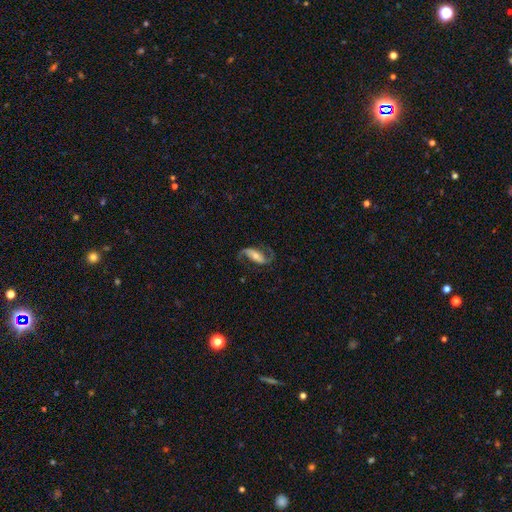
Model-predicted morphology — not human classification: The model was most divided on "bulge size": small: 45%, moderate: 44%, large: 6%, none: 3%, dominant: 2%. Remaining: spiral arms — yes (96%); edge-on disk — no (95%); spiral arm count — 2 (92%); smooth or featured — featured or disk (85%); merging — none (75%); spiral winding — loose (58%); bar — strong (45%).